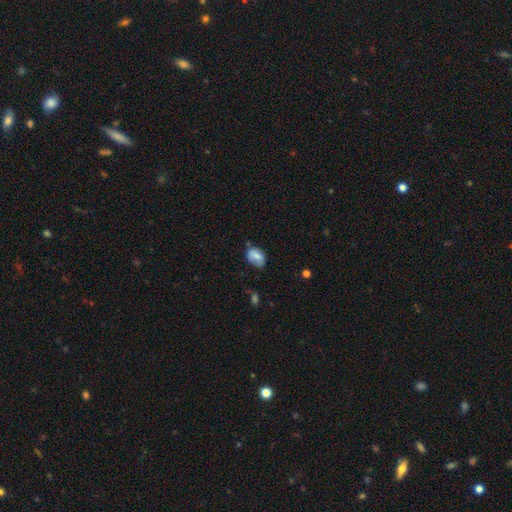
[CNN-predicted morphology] The model was most divided on "merging": none: 56%, minor disturbance: 32%, major disturbance: 8%, merger: 4%. More confident: how rounded — in between (76%); smooth or featured — smooth (69%).